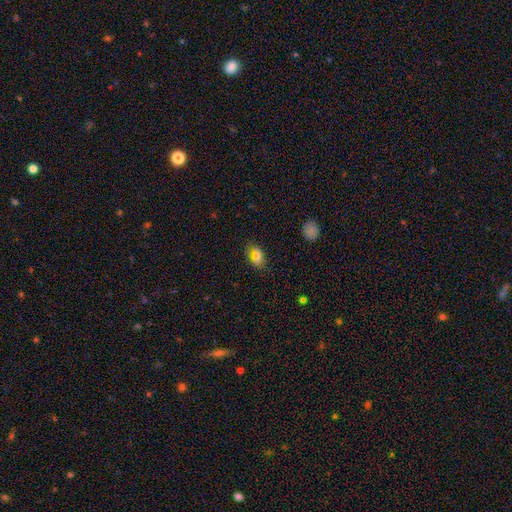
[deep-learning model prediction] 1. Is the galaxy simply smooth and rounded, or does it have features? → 69% smooth, 17% star or artifact, 14% featured or disk.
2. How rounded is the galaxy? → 84% in between, 10% round, 7% cigar-shaped.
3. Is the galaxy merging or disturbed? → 80% none, 14% minor disturbance, 4% major disturbance, 2% merger.